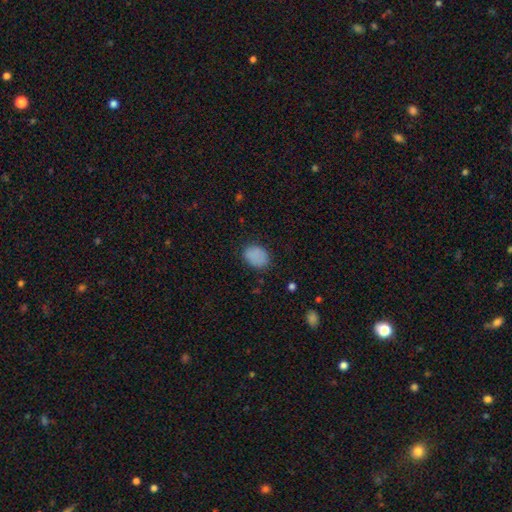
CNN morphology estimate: Smooth or featured?
  - smooth: 85% *
  - star or artifact: 10%
  - featured or disk: 5%
How rounded?
  - in between: 70% *
  - round: 29%
  - cigar-shaped: 1%
Merging?
  - none: 80% *
  - minor disturbance: 15%
  - major disturbance: 4%
  - merger: 1%